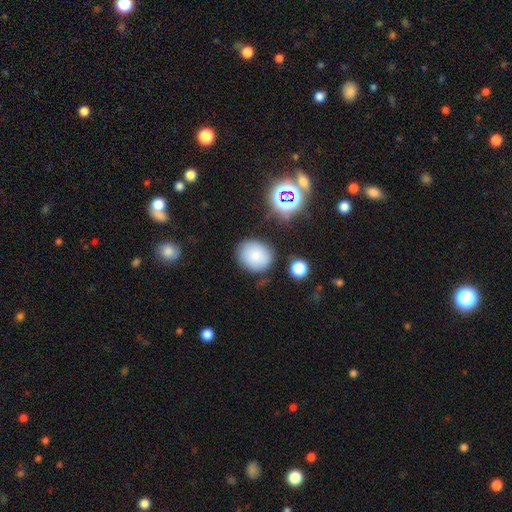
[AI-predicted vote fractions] Morphology: type=smooth (80%); roundness=round (70%); merging=none (78%).